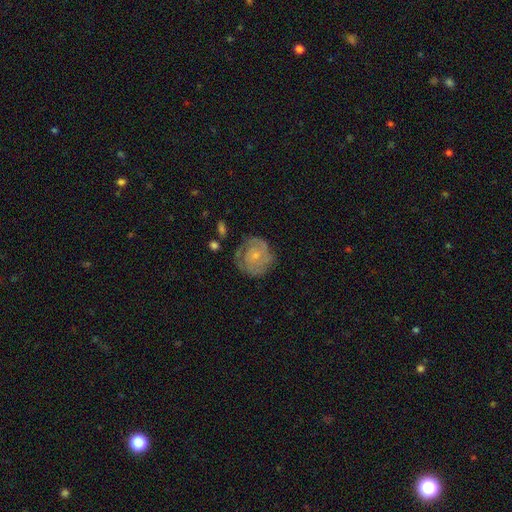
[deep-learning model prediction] Q: Smooth or featured?
A: featured or disk (68%); runner-up: smooth (26%)
Q: Edge-on disk?
A: no (98%); runner-up: yes (2%)
Q: Bar?
A: no (81%); runner-up: weak (17%)
Q: Spiral arms?
A: yes (83%); runner-up: no (17%)
Q: Spiral winding?
A: tight (65%); runner-up: medium (26%)
Q: Spiral arm count?
A: can't tell (37%); runner-up: 2 (33%)
Q: Bulge size?
A: small (72%); runner-up: moderate (20%)
Q: Merging?
A: none (66%); runner-up: minor disturbance (21%)